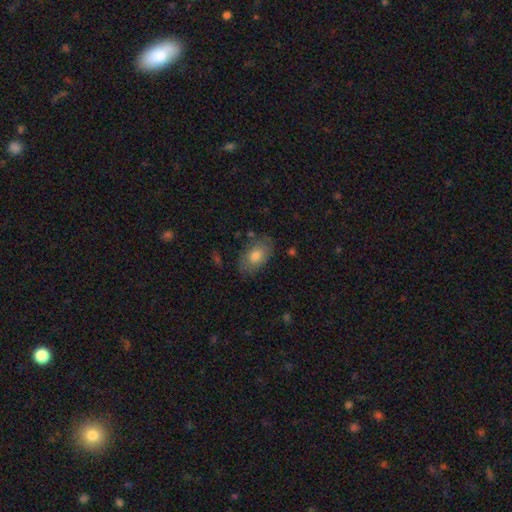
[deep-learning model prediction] Overall: smooth (72%). How rounded: in between (89%). Merging: none (78%).